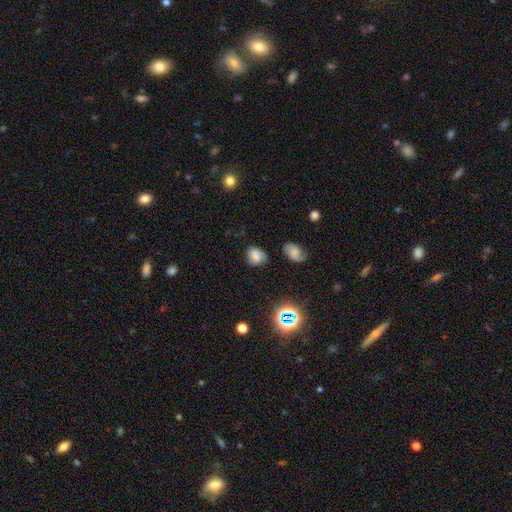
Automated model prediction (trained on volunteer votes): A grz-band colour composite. It shows a smooth galaxy with no disk features (61%) that is round (51%). Merging: none (67%).